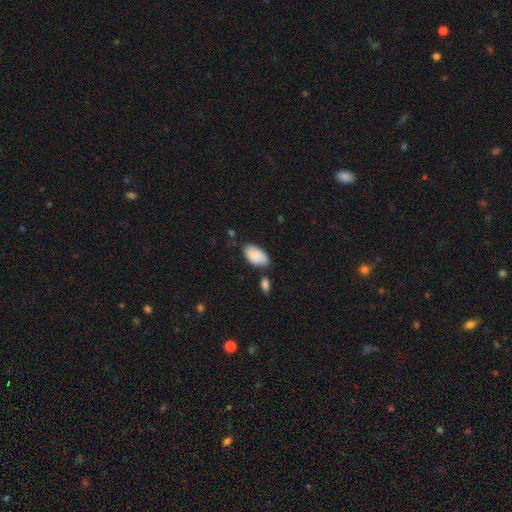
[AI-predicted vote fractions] Smooth or featured? Predicted: smooth (p=0.86). How rounded? Predicted: in between (p=0.95). Merging? Predicted: none (p=0.61).